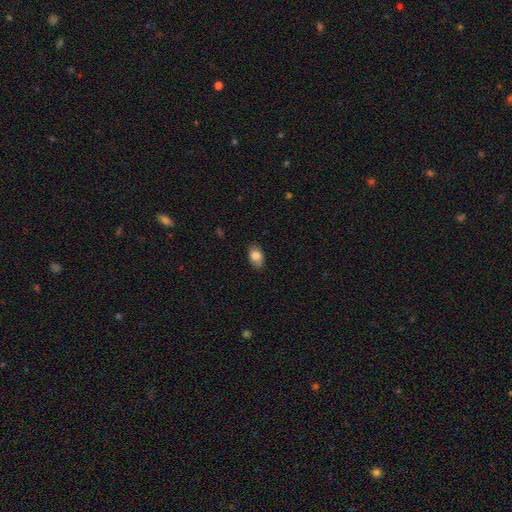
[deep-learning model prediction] This is clearly a smooth galaxy (84%). How rounded: clearly in between (86%). Merging: clearly none (80%).